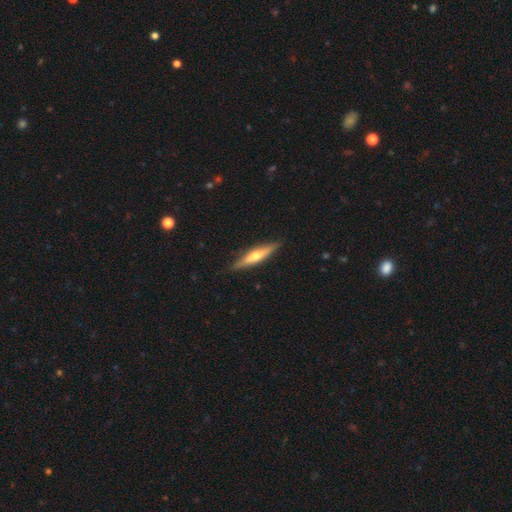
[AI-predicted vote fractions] Q: Smooth or featured?
A: featured or disk (60%); runner-up: smooth (35%)
Q: Edge-on disk?
A: yes (95%); runner-up: no (5%)
Q: Edge-on bulge?
A: rounded (88%); runner-up: none (7%)
Q: Merging?
A: none (88%); runner-up: minor disturbance (9%)